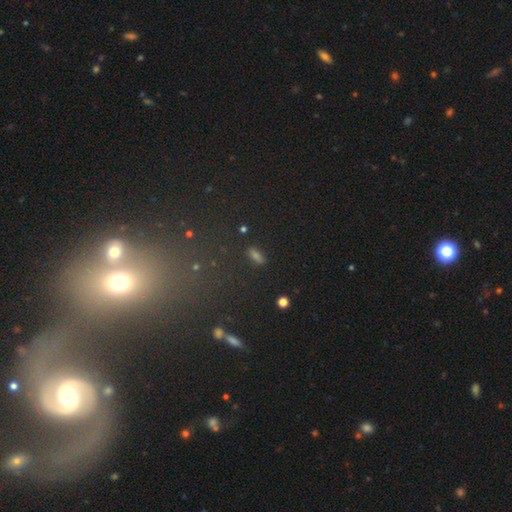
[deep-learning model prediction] smooth-or-featured: smooth: 63% | star or artifact: 26% | featured or disk: 10%
  how-rounded: in between: 73% | cigar-shaped: 18% | round: 9%
  merging: none: 80% | minor disturbance: 11% | major disturbance: 5% | merger: 4%